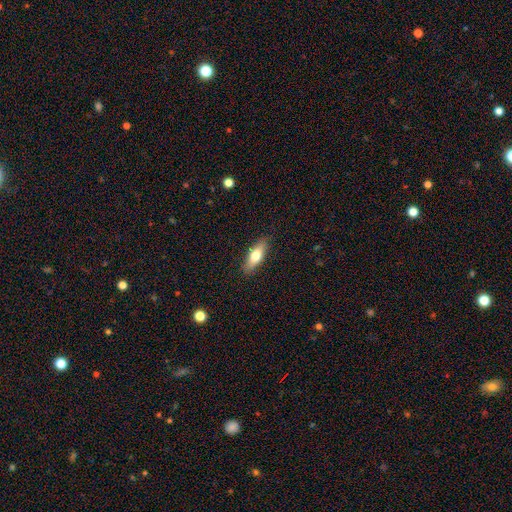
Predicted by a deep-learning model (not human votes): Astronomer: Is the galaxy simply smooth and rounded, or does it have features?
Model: smooth — 68%.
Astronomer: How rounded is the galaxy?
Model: in between — 57% (runner-up: cigar-shaped, 41%).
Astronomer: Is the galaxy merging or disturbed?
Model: none — 87%.